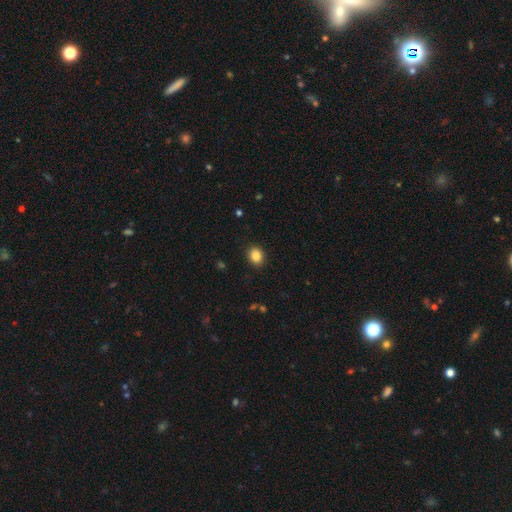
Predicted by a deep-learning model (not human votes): A smooth galaxy with no disk features (86%) that is round (57%). Merging: none (90%).